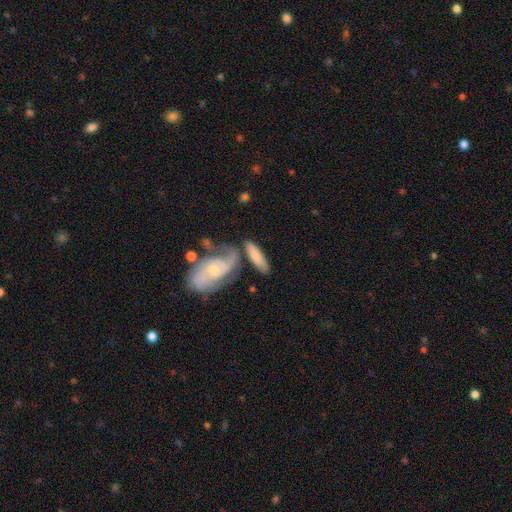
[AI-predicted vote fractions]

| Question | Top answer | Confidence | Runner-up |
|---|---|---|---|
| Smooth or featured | smooth | 64% | featured or disk (30%) |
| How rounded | in between | 54% | cigar-shaped (42%) |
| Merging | none | 49% | merger (27%) |